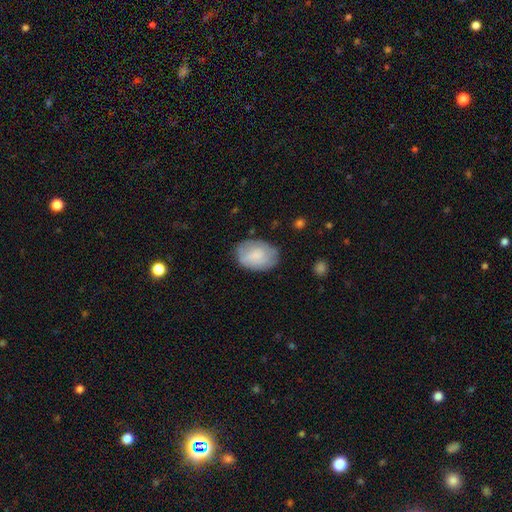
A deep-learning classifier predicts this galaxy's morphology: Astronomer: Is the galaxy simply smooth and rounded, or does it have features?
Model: smooth — 68%.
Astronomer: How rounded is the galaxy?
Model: in between — 85%.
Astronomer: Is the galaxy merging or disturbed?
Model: none — 71%.